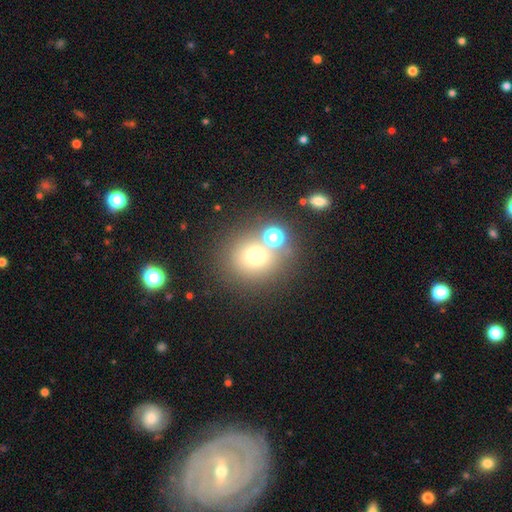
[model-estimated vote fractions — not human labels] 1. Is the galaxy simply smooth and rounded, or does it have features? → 66% smooth, 21% star or artifact, 13% featured or disk.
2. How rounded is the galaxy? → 85% round, 14% in between, 1% cigar-shaped.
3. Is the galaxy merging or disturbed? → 65% none, 20% merger, 10% minor disturbance, 5% major disturbance.